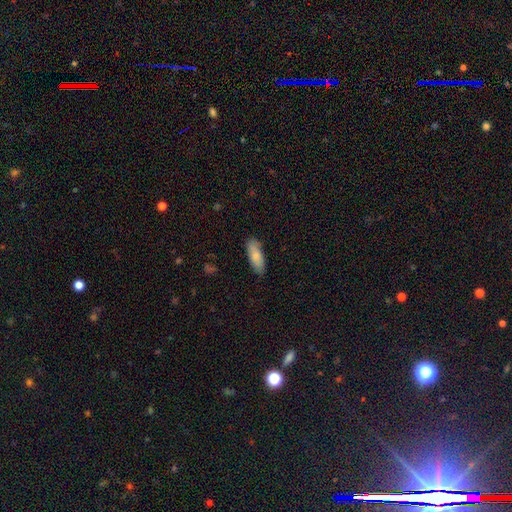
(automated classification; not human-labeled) Smooth or featured? smooth (83%)
How rounded? in between (65%)
Merging? none (81%)